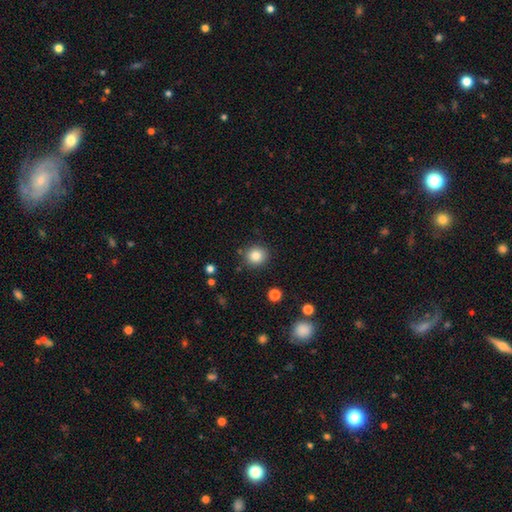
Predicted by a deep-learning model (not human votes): The model was most divided on "smooth or featured": smooth: 84%, star or artifact: 11%, featured or disk: 6%. More confident: how rounded — round (89%); merging — none (87%).